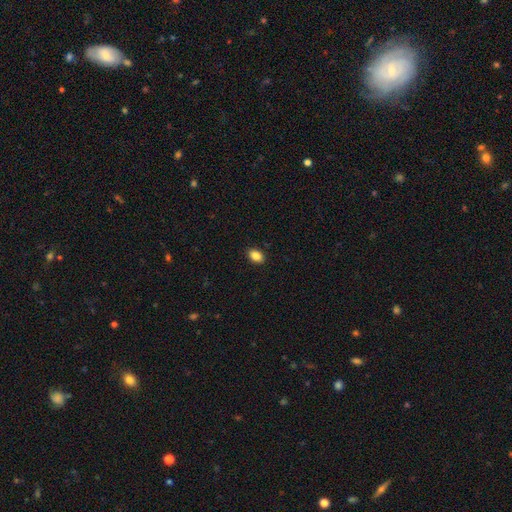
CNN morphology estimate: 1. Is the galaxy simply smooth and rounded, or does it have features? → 88% smooth, 8% star or artifact, 3% featured or disk.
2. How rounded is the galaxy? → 84% in between, 15% round, 1% cigar-shaped.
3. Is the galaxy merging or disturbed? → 90% none, 7% minor disturbance, 2% major disturbance, 1% merger.